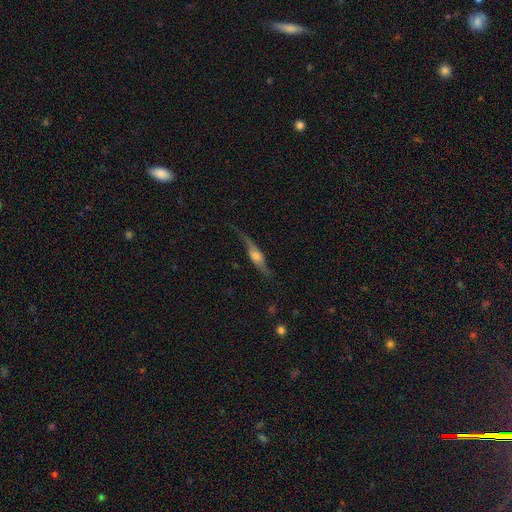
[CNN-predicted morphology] smooth-or-featured: featured or disk: 65% | smooth: 29% | star or artifact: 6%
  disk-edge-on: yes: 75% | no: 25%
  merging: none: 56% | minor disturbance: 25% | major disturbance: 16% | merger: 3%